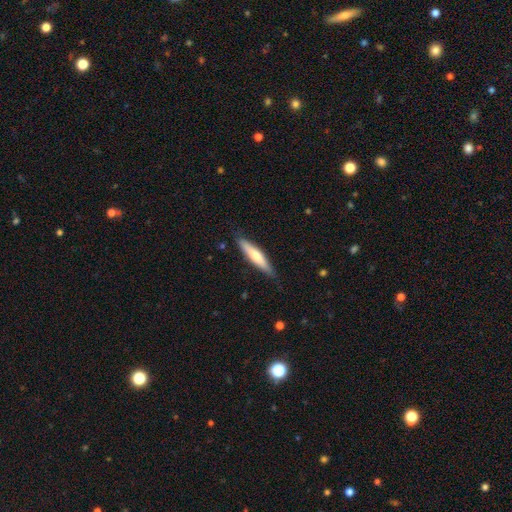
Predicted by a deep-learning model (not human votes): Smooth or featured? smooth (62%)
How rounded? cigar-shaped (85%)
Merging? none (84%)